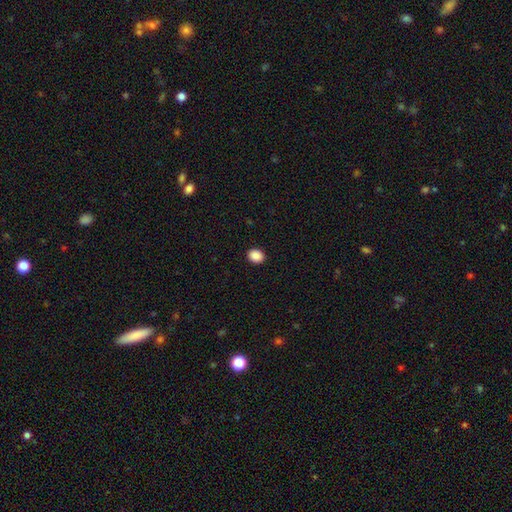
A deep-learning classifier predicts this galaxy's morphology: Smooth or featured? smooth (89%)
How rounded? round (58%)
Merging? none (92%)